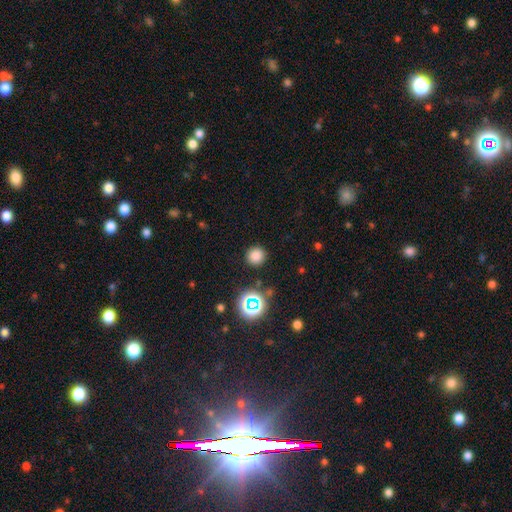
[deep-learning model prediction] The model was most divided on "smooth or featured": smooth: 78%, star or artifact: 18%, featured or disk: 5%. More confident: how rounded — round (93%); merging — none (89%).